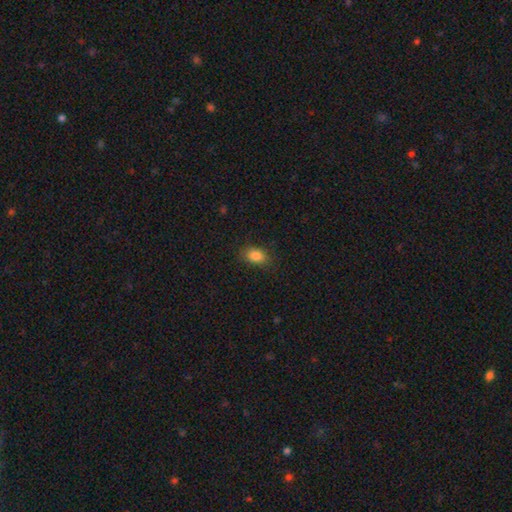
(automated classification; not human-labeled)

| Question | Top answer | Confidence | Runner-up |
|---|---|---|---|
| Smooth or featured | smooth | 85% | star or artifact (9%) |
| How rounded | in between | 77% | round (21%) |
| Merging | none | 83% | minor disturbance (12%) |